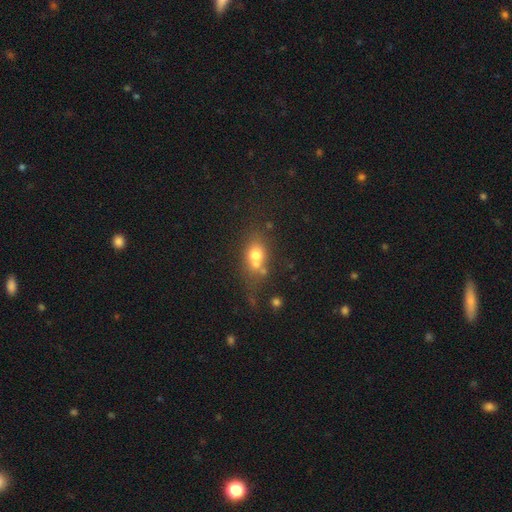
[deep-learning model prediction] Smooth or featured?
  - smooth: 66% *
  - featured or disk: 21%
  - star or artifact: 13%
How rounded?
  - round: 52% *
  - in between: 45%
  - cigar-shaped: 3%
Merging?
  - merger: 45% *
  - none: 34%
  - minor disturbance: 12%
  - major disturbance: 9%